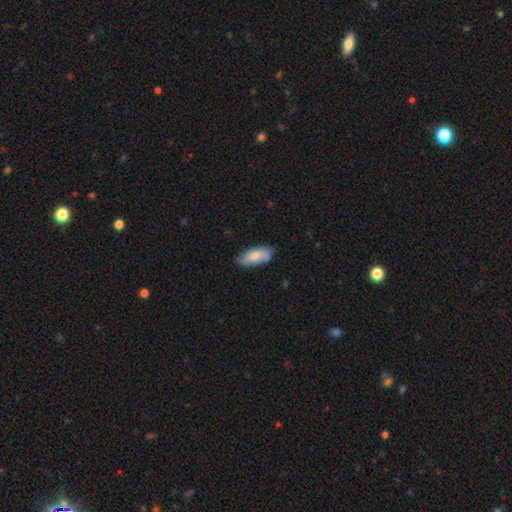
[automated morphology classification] A smooth galaxy with no disk features (79%) that is in between round and cigar-shaped (84%).

Vote fractions:
- Smooth or featured? smooth: 79% / featured or disk: 16% / star or artifact: 6%
- How rounded? in between: 84% / cigar-shaped: 14% / round: 2%
- Merging? none: 74% / minor disturbance: 22% / major disturbance: 3% / merger: 1%